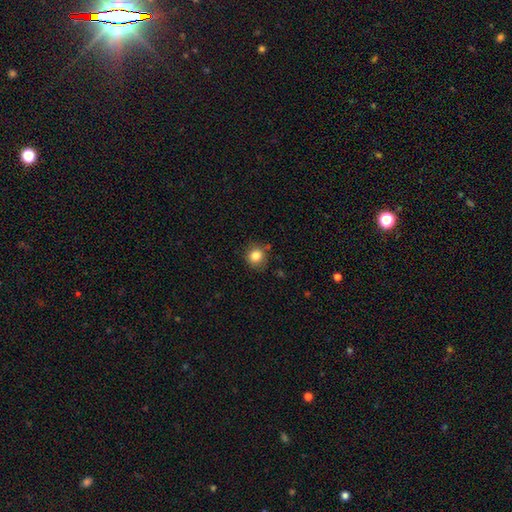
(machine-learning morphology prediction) This is clearly a smooth galaxy (83%). How rounded: clearly round (85%). Merging: likely none (78%).